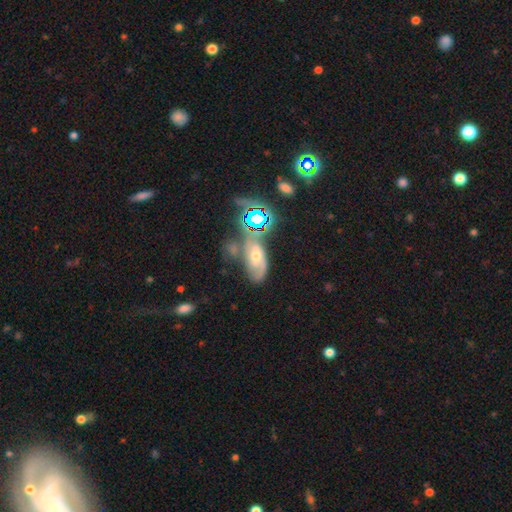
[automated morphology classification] smooth-or-featured: featured or disk: 47% | star or artifact: 31% | smooth: 23%
  merging: none: 46% | minor disturbance: 25% | major disturbance: 15% | merger: 15%